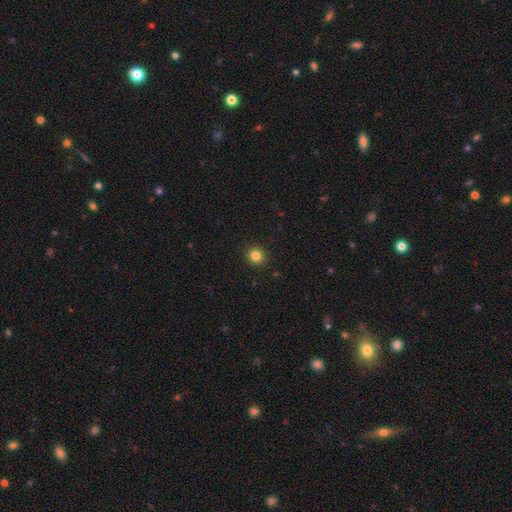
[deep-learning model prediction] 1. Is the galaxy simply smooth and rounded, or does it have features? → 83% smooth, 12% star or artifact, 5% featured or disk.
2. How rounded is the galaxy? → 89% round, 10% in between, 1% cigar-shaped.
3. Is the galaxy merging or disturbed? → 93% none, 5% minor disturbance, 2% major disturbance, 1% merger.